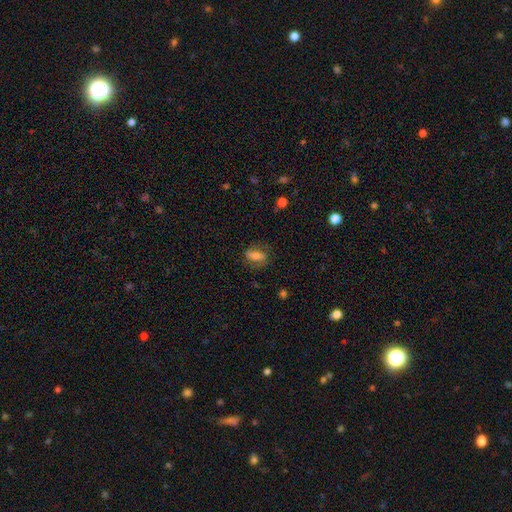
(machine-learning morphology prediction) This appears to be a smooth galaxy with no disk features (54%) that is in between round and cigar-shaped (78%). Merging: none (73%).